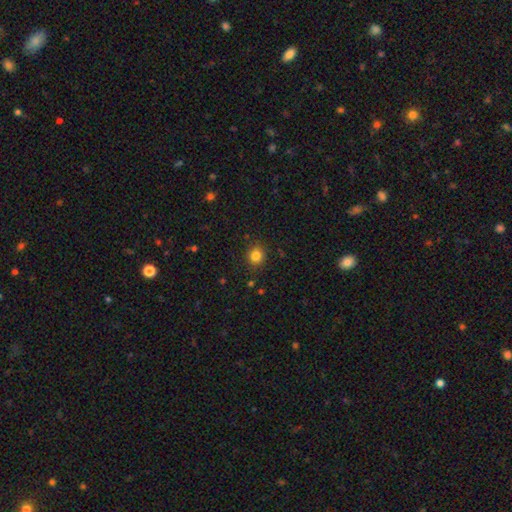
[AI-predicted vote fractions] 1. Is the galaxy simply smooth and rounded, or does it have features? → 82% smooth, 12% star or artifact, 5% featured or disk.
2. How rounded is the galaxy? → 82% round, 17% in between, 1% cigar-shaped.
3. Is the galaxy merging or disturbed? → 87% none, 9% minor disturbance, 3% major disturbance, 1% merger.